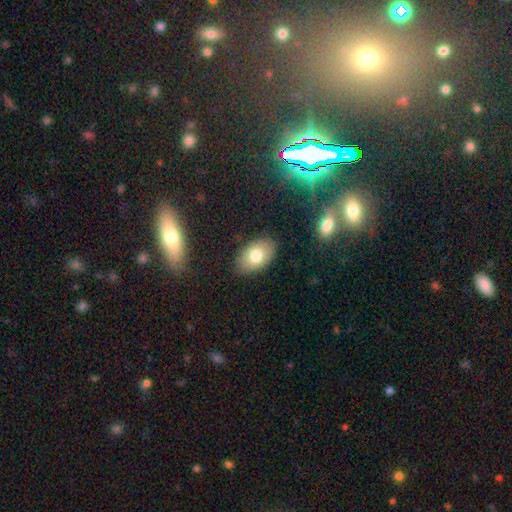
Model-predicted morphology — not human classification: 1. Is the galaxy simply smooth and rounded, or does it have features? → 78% smooth, 14% featured or disk, 8% star or artifact.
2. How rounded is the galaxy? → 90% in between, 8% round, 1% cigar-shaped.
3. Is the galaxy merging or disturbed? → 85% none, 11% minor disturbance, 3% major disturbance, 1% merger.